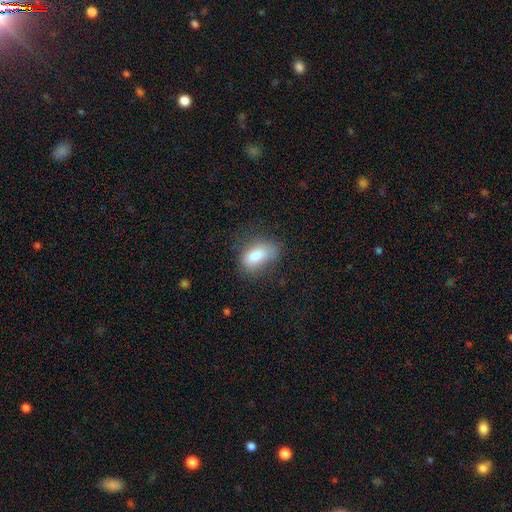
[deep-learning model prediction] smooth_or_featured: smooth (p=0.80) [alt: featured or disk p=0.11]
how_rounded: in between (p=0.89) [alt: round p=0.08]
merging: none (p=0.55) [alt: minor disturbance p=0.28]